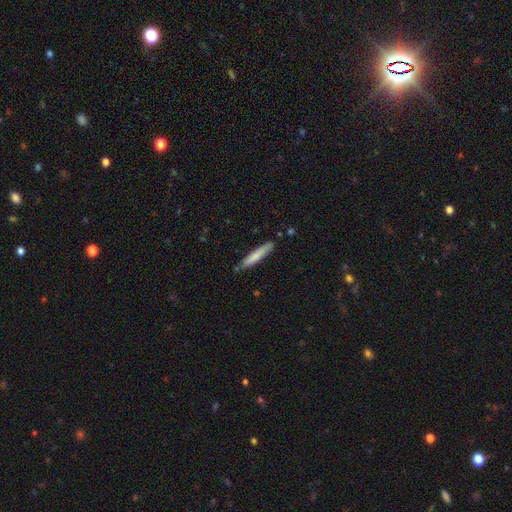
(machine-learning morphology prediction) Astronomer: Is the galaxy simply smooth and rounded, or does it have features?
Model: smooth — 74%.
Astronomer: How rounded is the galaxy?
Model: cigar-shaped — 92%.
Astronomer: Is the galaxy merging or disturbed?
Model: none — 80%.